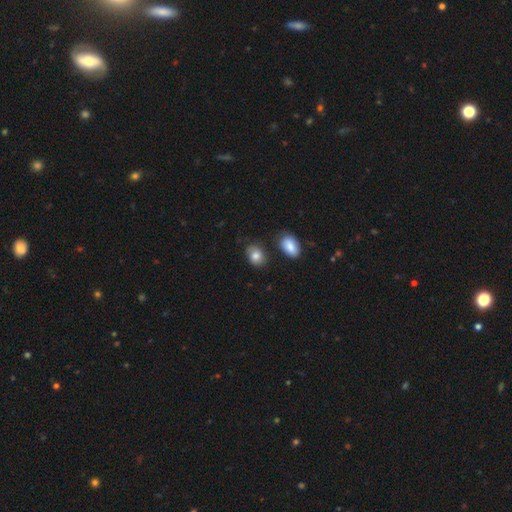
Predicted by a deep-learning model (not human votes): Morphology: type=smooth (82%); roundness=in between (66%); merging=none (71%).